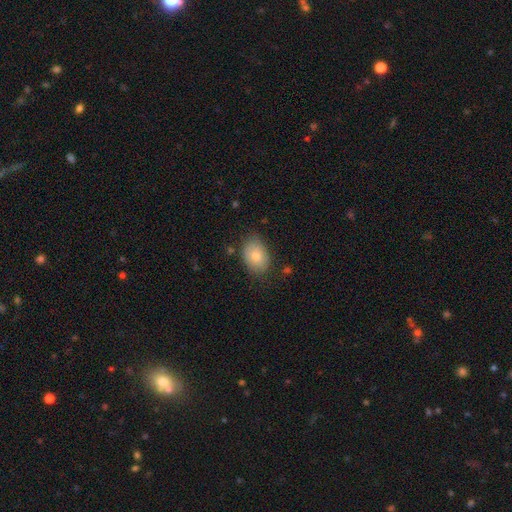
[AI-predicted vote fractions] smooth 78%, featured or disk 15%, star or artifact 7%. Down the decision tree: how rounded — in between (81%); merging — none (77%).